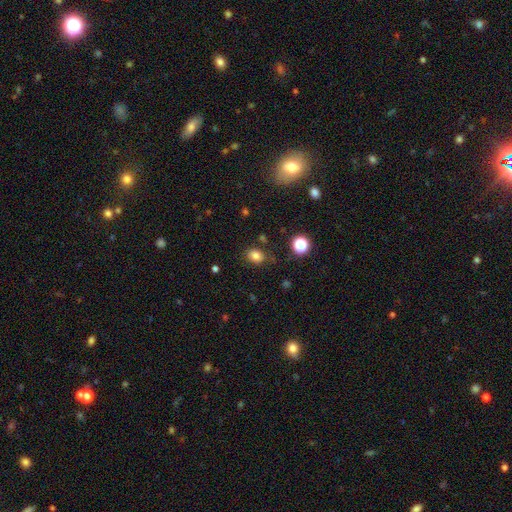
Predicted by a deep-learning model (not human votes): This is clearly a smooth galaxy (81%). How rounded: possibly in between (58%). Merging: likely none (78%).